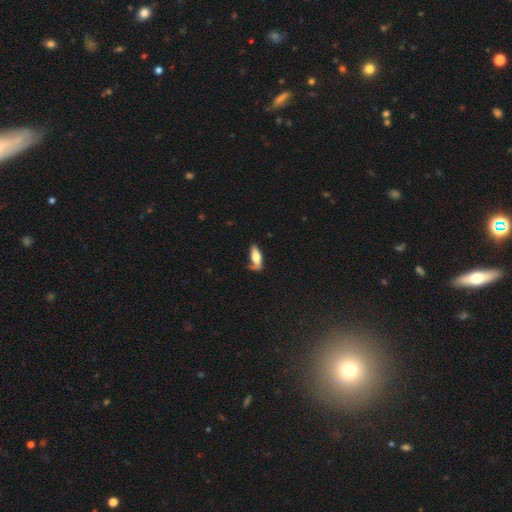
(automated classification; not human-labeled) smooth 62%, featured or disk 32%, star or artifact 7%. Down the decision tree: how rounded — in between (63%); merging — none (50%).